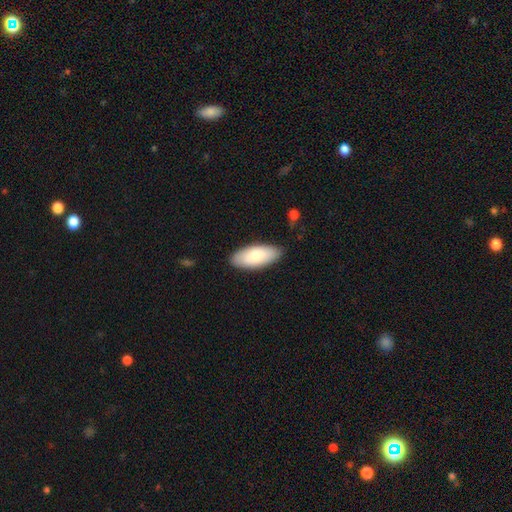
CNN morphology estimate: Q: Smooth or featured?
A: smooth (81%); runner-up: featured or disk (14%)
Q: How rounded?
A: in between (87%); runner-up: cigar-shaped (11%)
Q: Merging?
A: none (86%); runner-up: minor disturbance (11%)